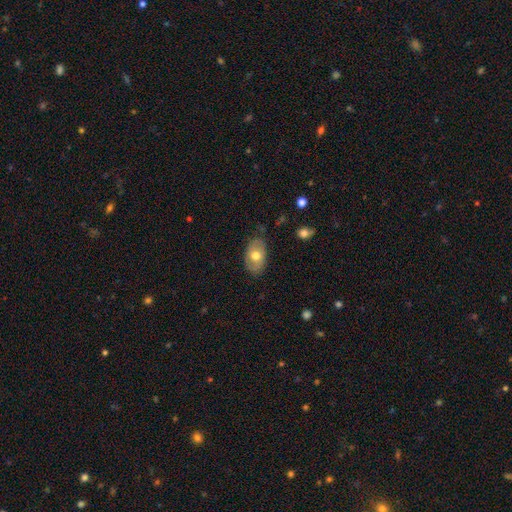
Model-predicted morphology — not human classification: smooth_or_featured: smooth (p=0.59) [alt: featured or disk p=0.34]
how_rounded: in between (p=0.89) [alt: round p=0.09]
merging: none (p=0.78) [alt: minor disturbance p=0.17]